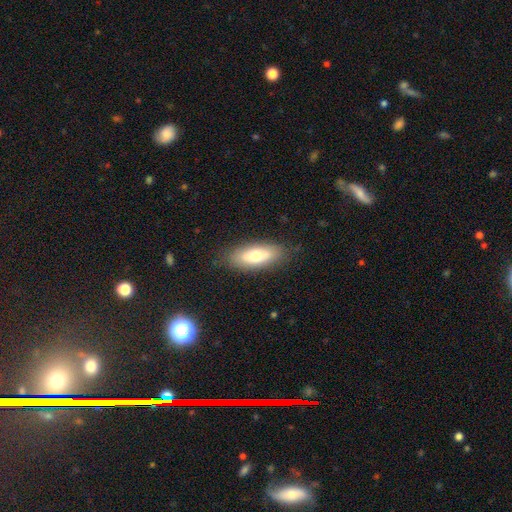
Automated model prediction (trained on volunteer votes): Smooth or featured? smooth (67%)
How rounded? in between (74%)
Merging? none (84%)